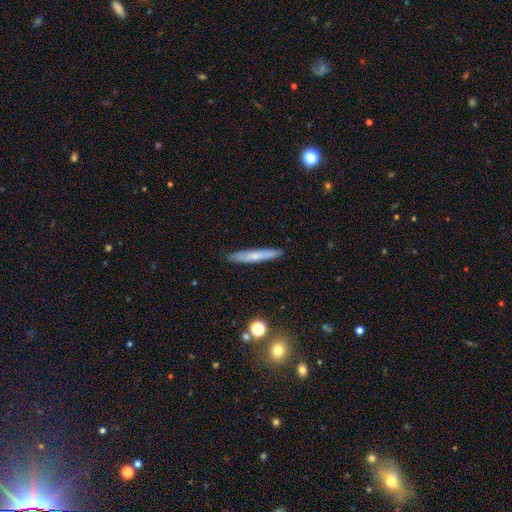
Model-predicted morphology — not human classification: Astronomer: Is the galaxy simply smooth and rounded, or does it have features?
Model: smooth — 61%.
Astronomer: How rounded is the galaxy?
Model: cigar-shaped — 93%.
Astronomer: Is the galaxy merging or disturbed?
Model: none — 88%.